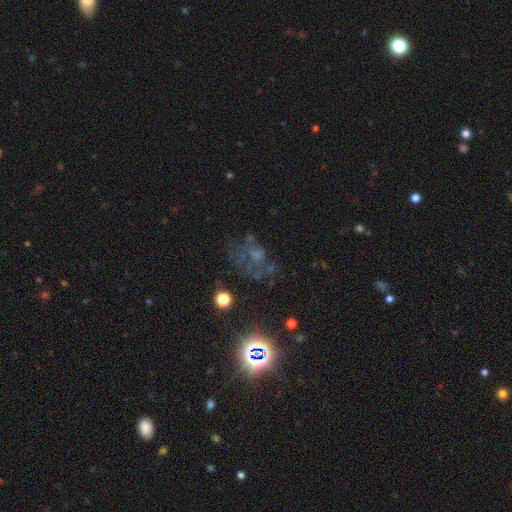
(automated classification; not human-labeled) This appears to be a featured or disk galaxy (38%). Merging: none (45%).